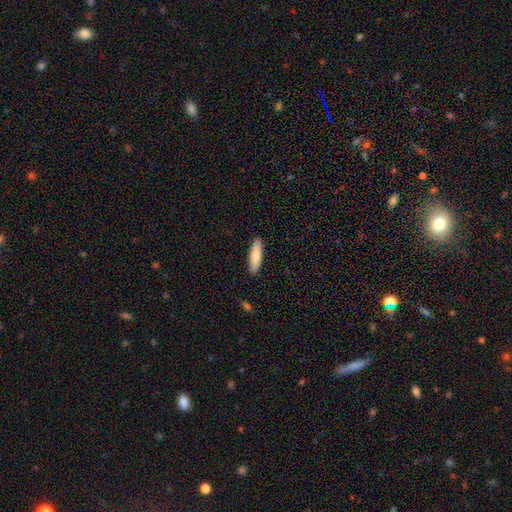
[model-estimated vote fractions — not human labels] smooth 81%, featured or disk 14%, star or artifact 5%. Down the decision tree: how rounded — cigar-shaped (67%); merging — none (90%).